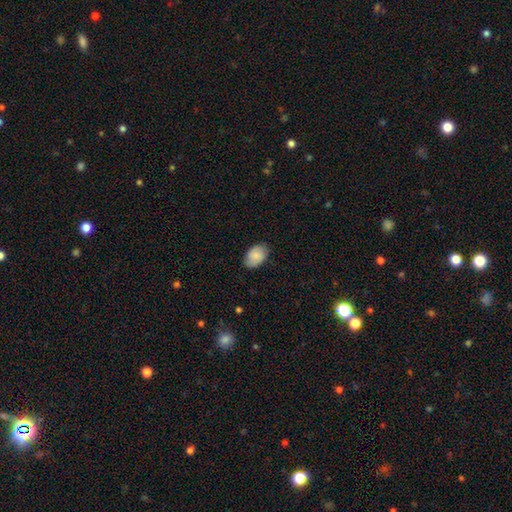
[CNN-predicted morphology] Smooth or featured: smooth — 78% (featured or disk — 15%)
How rounded: in between — 88% (round — 11%)
Merging: none — 78% (minor disturbance — 18%)